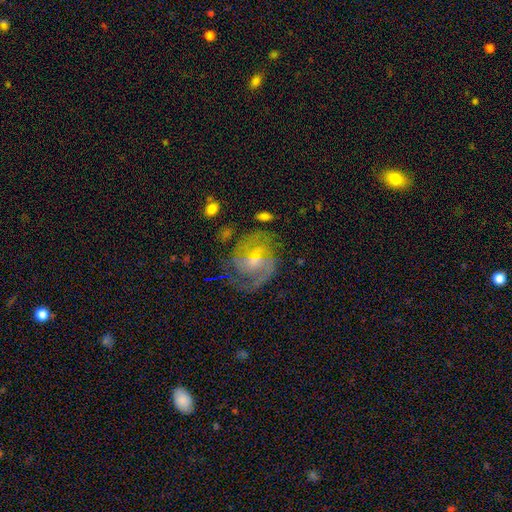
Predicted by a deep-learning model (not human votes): A featured or disk galaxy (83%) with a weak bar (48%), 2 (46%) medium (49%) spiral arms (94%) and a small central bulge (64%). Merging: none (64%).